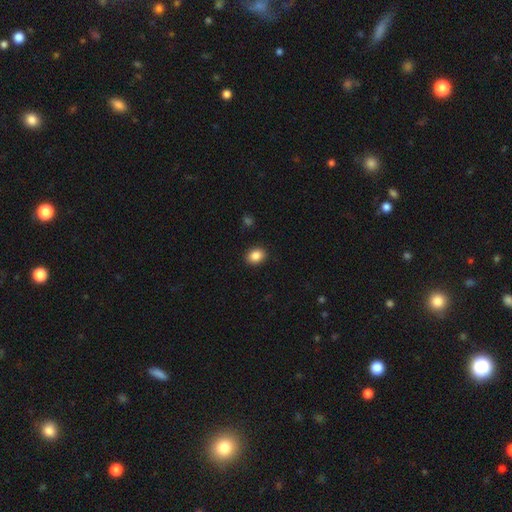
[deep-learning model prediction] This appears to be a smooth galaxy with no disk features (86%) that is in between round and cigar-shaped (54%). Merging: none (91%).